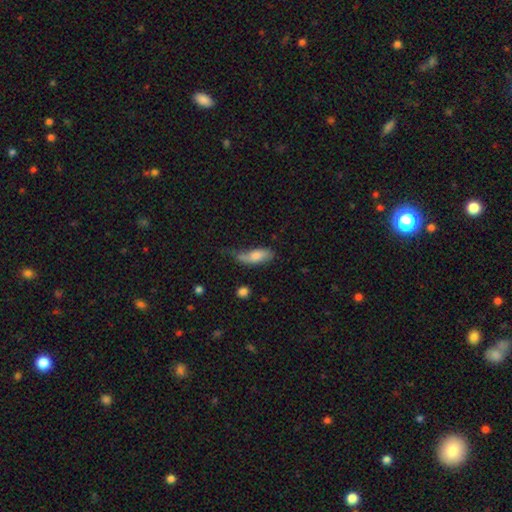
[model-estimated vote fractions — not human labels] Overall: smooth (69%). How rounded: in between (70%). Merging: none (37%; minor disturbance 36%).